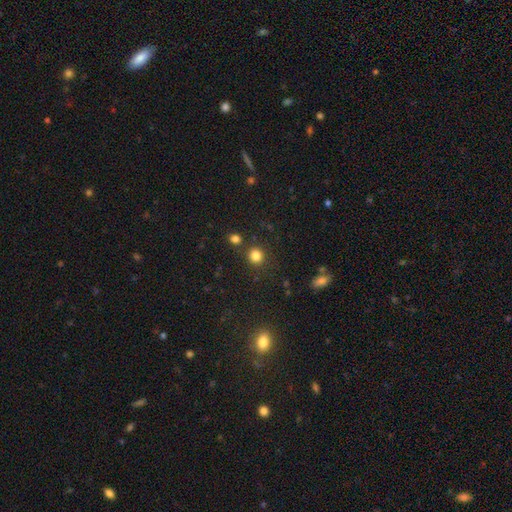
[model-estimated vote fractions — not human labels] Smooth or featured?
  - smooth: 82% *
  - star or artifact: 14%
  - featured or disk: 5%
How rounded?
  - round: 88% *
  - in between: 11%
  - cigar-shaped: 1%
Merging?
  - none: 83% *
  - minor disturbance: 7%
  - merger: 7%
  - major disturbance: 3%